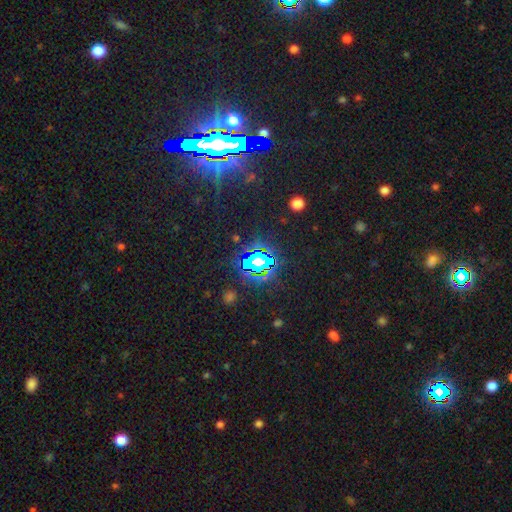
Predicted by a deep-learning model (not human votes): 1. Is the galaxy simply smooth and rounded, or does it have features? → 84% star or artifact, 8% smooth, 8% featured or disk.